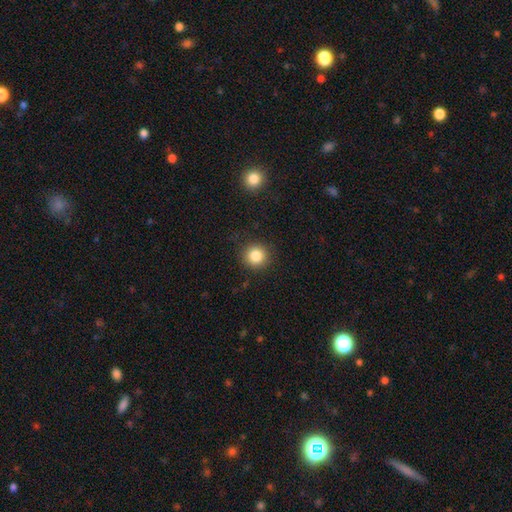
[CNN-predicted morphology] Smooth or featured: smooth — 84% (star or artifact — 10%)
How rounded: round — 93% (in between — 6%)
Merging: none — 90% (minor disturbance — 6%)